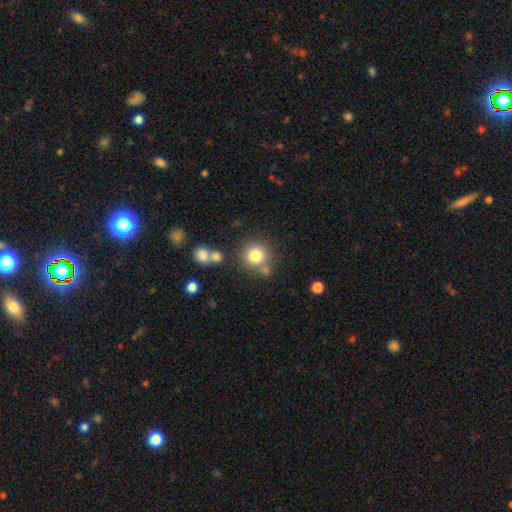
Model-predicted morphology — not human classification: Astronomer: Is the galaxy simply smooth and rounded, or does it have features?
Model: smooth — 79%.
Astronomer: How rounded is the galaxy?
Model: round — 92%.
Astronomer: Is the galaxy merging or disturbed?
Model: none — 72%.